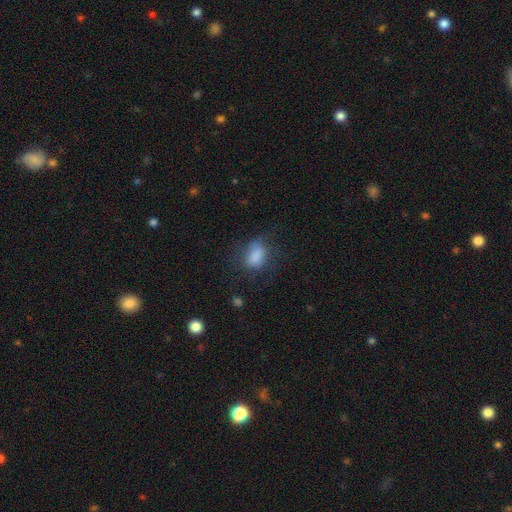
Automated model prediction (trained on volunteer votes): smooth_or_featured: smooth (p=0.77) [alt: featured or disk p=0.13]
how_rounded: in between (p=0.75) [alt: round p=0.22]
merging: none (p=0.54) [alt: minor disturbance p=0.26]